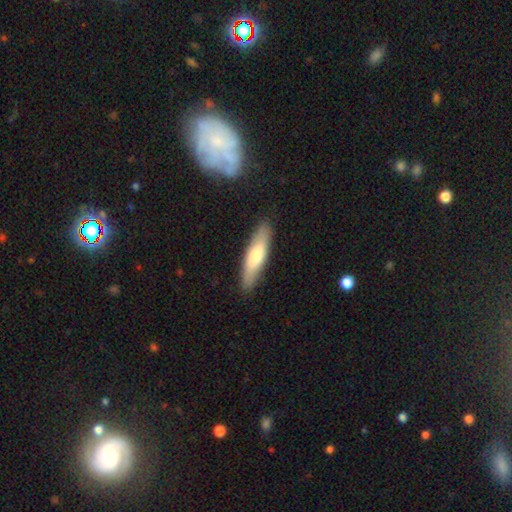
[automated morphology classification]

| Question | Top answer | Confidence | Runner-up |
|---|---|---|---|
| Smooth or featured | smooth | 68% | featured or disk (27%) |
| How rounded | cigar-shaped | 72% | in between (27%) |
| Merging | none | 88% | minor disturbance (9%) |